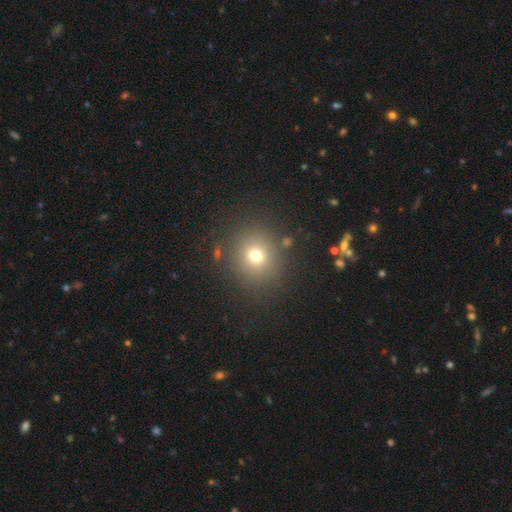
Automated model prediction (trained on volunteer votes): Q: Smooth or featured?
A: smooth (71%); runner-up: star or artifact (18%)
Q: How rounded?
A: round (84%); runner-up: in between (15%)
Q: Merging?
A: none (85%); runner-up: minor disturbance (8%)